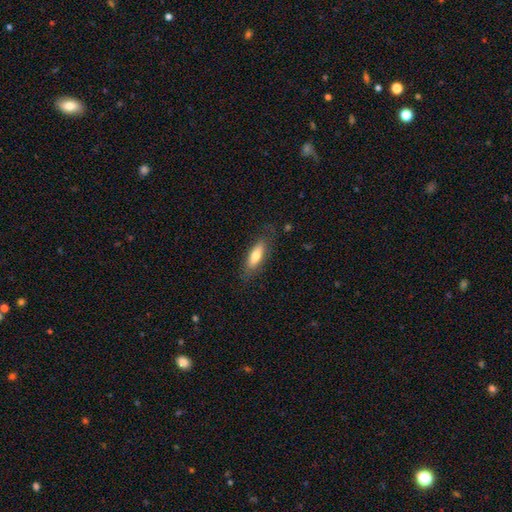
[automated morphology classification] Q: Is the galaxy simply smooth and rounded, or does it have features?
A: smooth — 71%.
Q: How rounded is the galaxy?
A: in between — 58%.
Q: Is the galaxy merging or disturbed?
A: none — 78%.